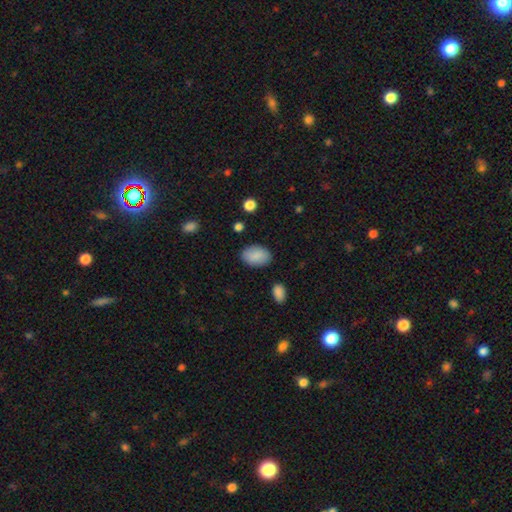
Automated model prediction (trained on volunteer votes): This appears to be a smooth galaxy with no disk features (87%) that is in between round and cigar-shaped (89%). Merging: none (84%).